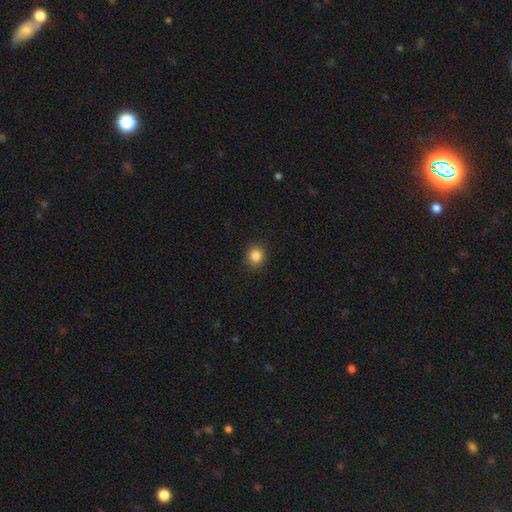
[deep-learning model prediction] smooth 85%, star or artifact 11%, featured or disk 4%. Down the decision tree: how rounded — round (84%); merging — none (88%).